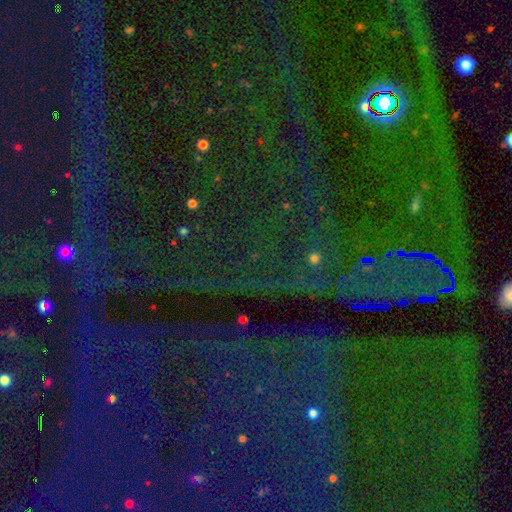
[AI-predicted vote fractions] Smooth or featured: star or artifact — 85% (smooth — 7%)